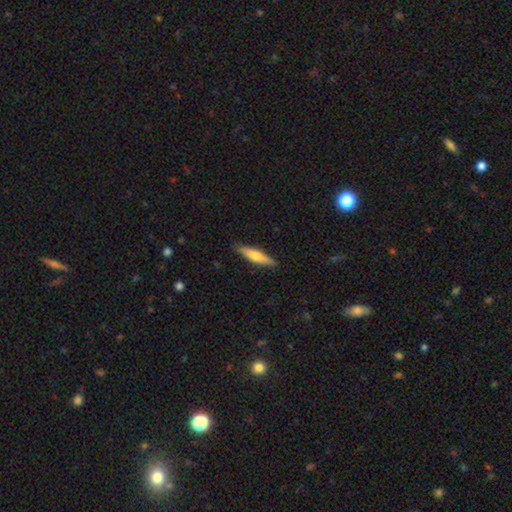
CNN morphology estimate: Smooth or featured?
  - smooth: 62% *
  - featured or disk: 32%
  - star or artifact: 5%
How rounded?
  - cigar-shaped: 79% *
  - in between: 19%
  - round: 2%
Merging?
  - none: 88% *
  - minor disturbance: 9%
  - major disturbance: 2%
  - merger: 1%